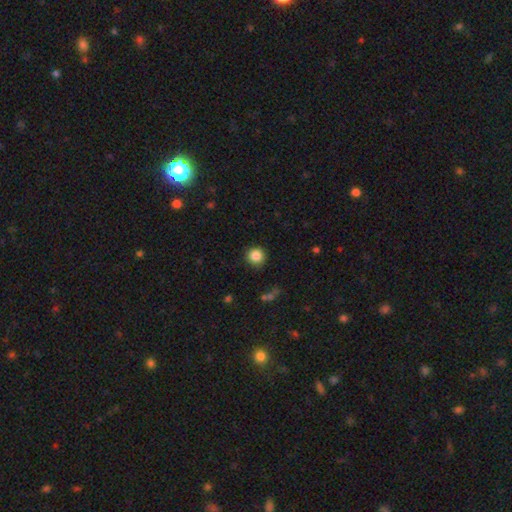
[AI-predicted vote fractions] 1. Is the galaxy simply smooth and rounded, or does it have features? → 86% smooth, 10% star or artifact, 4% featured or disk.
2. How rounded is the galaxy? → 94% round, 5% in between, 1% cigar-shaped.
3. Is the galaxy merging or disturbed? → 89% none, 7% minor disturbance, 2% major disturbance, 1% merger.